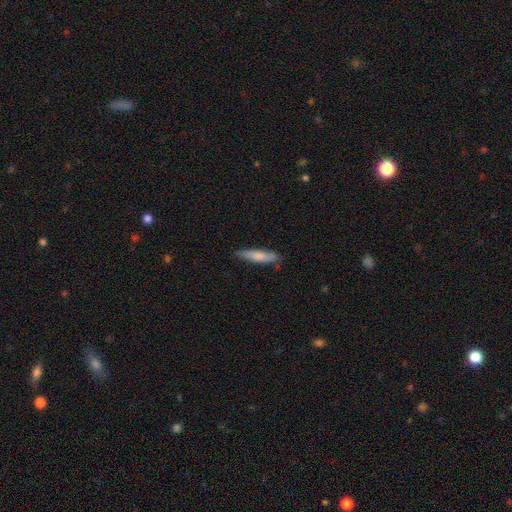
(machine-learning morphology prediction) Smooth or featured?
  - smooth: 68% *
  - featured or disk: 26%
  - star or artifact: 6%
How rounded?
  - cigar-shaped: 83% *
  - in between: 16%
  - round: 1%
Merging?
  - none: 83% *
  - minor disturbance: 14%
  - major disturbance: 2%
  - merger: 1%